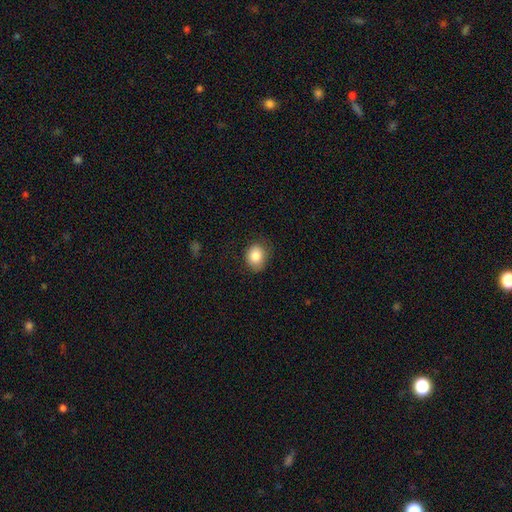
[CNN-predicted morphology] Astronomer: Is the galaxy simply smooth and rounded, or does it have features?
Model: smooth — 85%.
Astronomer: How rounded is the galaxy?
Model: round — 57% (runner-up: in between, 42%).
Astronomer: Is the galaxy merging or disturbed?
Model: none — 74%.